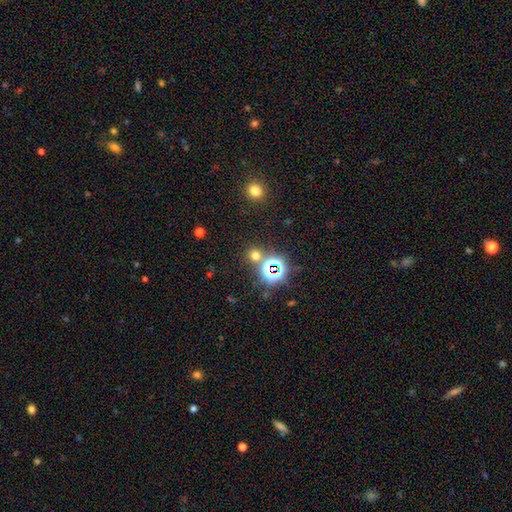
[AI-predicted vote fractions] This appears to be a smooth galaxy with no disk features (54%) that is round (88%). Merging: none (75%).